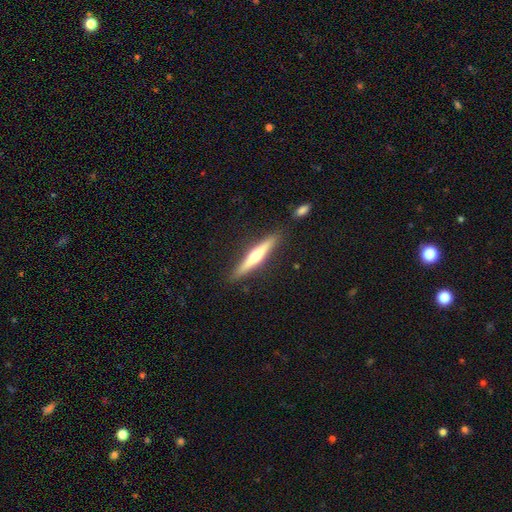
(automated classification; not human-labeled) Overall: featured or disk (59%; smooth 36%). Edge-on disk: yes (97%). Edge-on bulge: rounded (86%). Merging: none (88%).